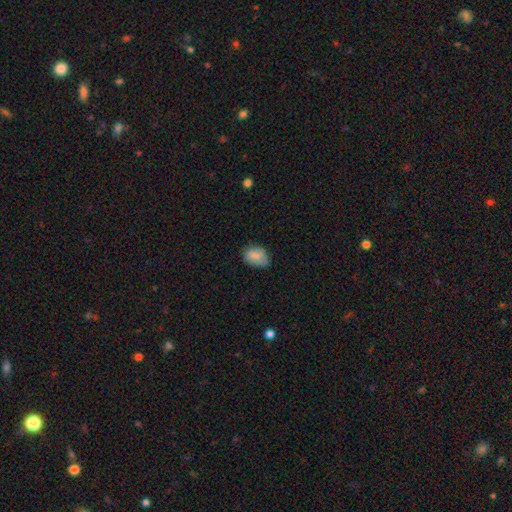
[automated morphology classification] Smooth or featured? smooth (82%)
How rounded? in between (76%)
Merging? none (62%)